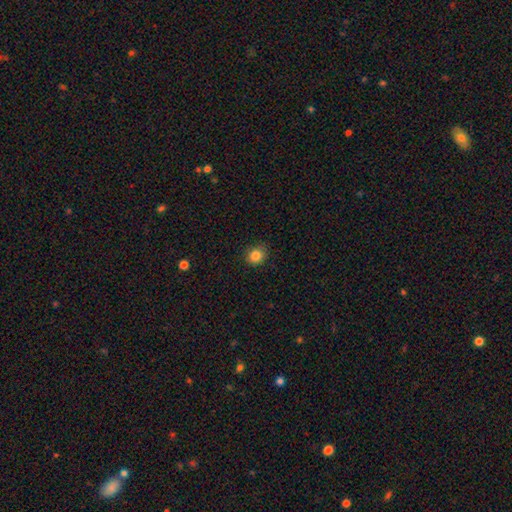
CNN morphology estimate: smooth_or_featured: smooth (p=0.84) [alt: star or artifact p=0.11]
how_rounded: round (p=0.77) [alt: in between p=0.22]
merging: none (p=0.83) [alt: minor disturbance p=0.13]